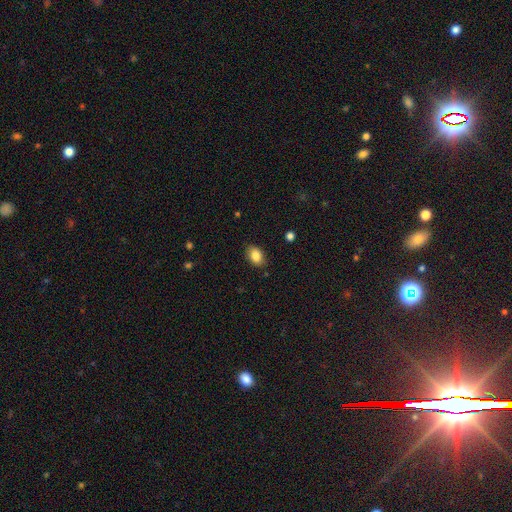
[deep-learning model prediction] Morphology: type=smooth (85%); roundness=in between (82%); merging=none (85%).